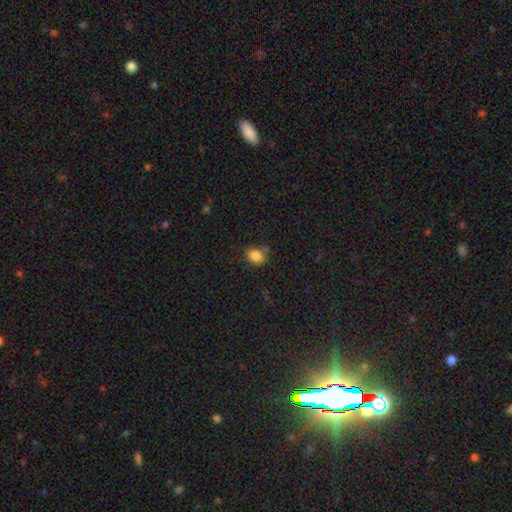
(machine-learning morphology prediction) Overall: smooth (84%). How rounded: in between (71%). Merging: none (71%).